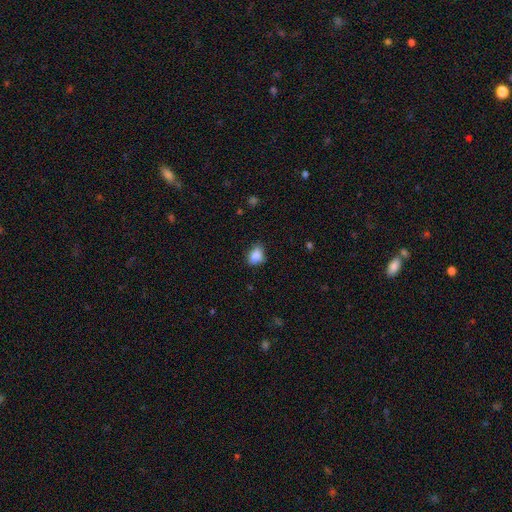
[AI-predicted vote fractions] Q: Smooth or featured?
A: smooth (85%); runner-up: star or artifact (9%)
Q: How rounded?
A: in between (63%); runner-up: round (36%)
Q: Merging?
A: none (66%); runner-up: minor disturbance (27%)